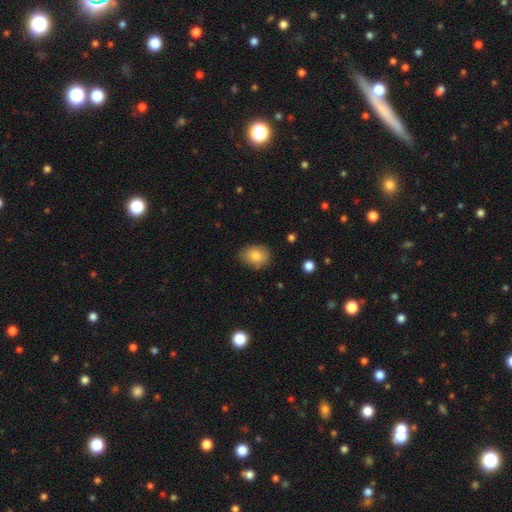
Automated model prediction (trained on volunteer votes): Overall: smooth (83%). How rounded: in between (56%; round 43%). Merging: none (79%).